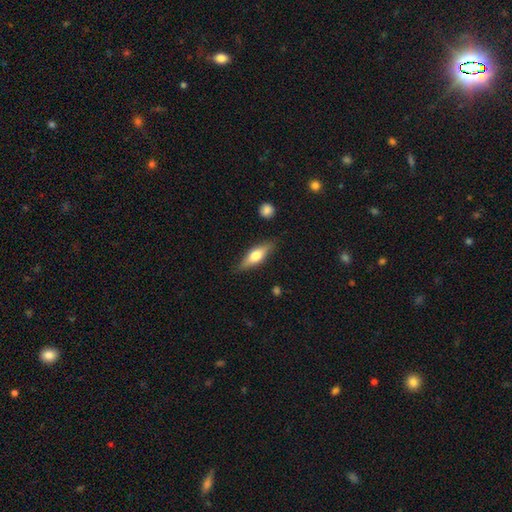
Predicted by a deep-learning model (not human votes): smooth-or-featured: smooth: 53% | featured or disk: 42% | star or artifact: 6%
  how-rounded: in between: 52% | cigar-shaped: 45% | round: 3%
  merging: none: 84% | minor disturbance: 12% | major disturbance: 3% | merger: 2%